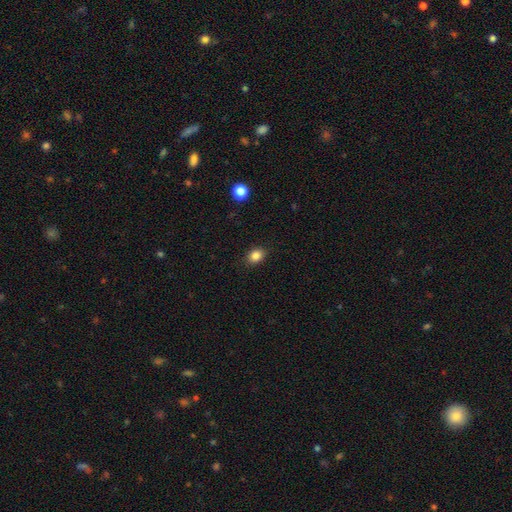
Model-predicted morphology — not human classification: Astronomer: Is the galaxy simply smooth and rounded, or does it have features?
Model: smooth — 85%.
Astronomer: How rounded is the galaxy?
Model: in between — 57% (runner-up: round, 42%).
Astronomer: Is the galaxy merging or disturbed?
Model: none — 88%.